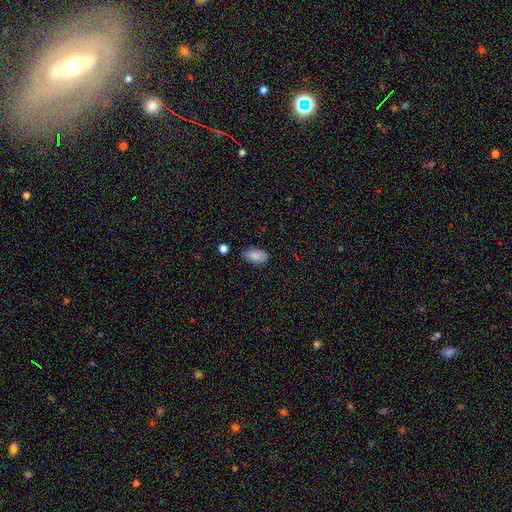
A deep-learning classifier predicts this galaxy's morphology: This is clearly a smooth galaxy (85%). How rounded: clearly in between (93%). Merging: likely none (78%).